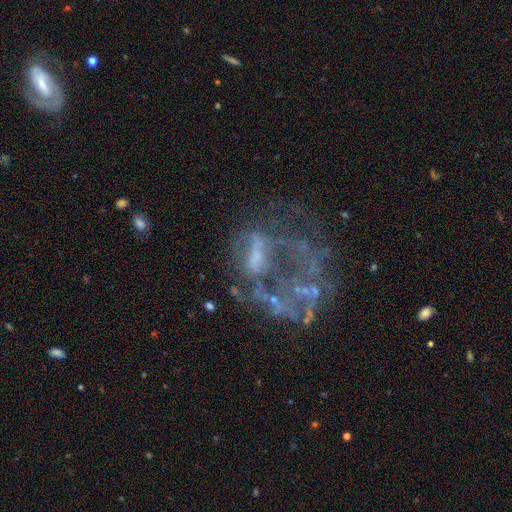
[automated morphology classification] Q: Smooth or featured?
A: featured or disk (59%); runner-up: star or artifact (21%)
Q: Edge-on disk?
A: no (93%); runner-up: yes (7%)
Q: Bar?
A: no (58%); runner-up: weak (22%)
Q: Spiral arms?
A: no (67%); runner-up: yes (33%)
Q: Bulge size?
A: none (52%); runner-up: small (21%)
Q: Merging?
A: major disturbance (39%); runner-up: none (28%)